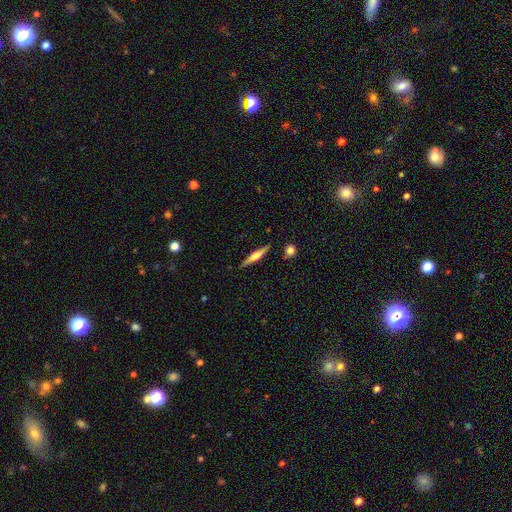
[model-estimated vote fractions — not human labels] Overall: featured or disk (58%; smooth 36%). Edge-on disk: yes (96%). Edge-on bulge: rounded (86%). Merging: none (87%).